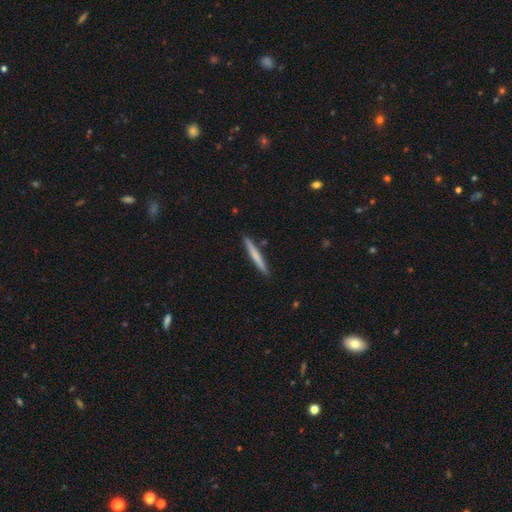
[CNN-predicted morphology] A smooth galaxy with no disk features (63%) that is cigar-shaped (96%). Merging: none (89%).